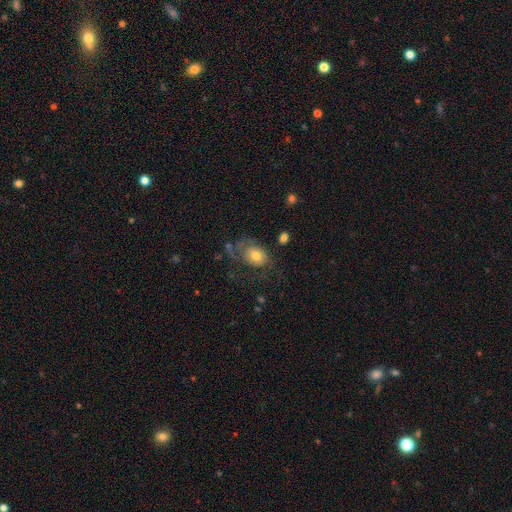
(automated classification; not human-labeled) Overall: smooth (61%; featured or disk 31%). How rounded: in between (67%; round 32%). Merging: major disturbance (38%; none 36%).